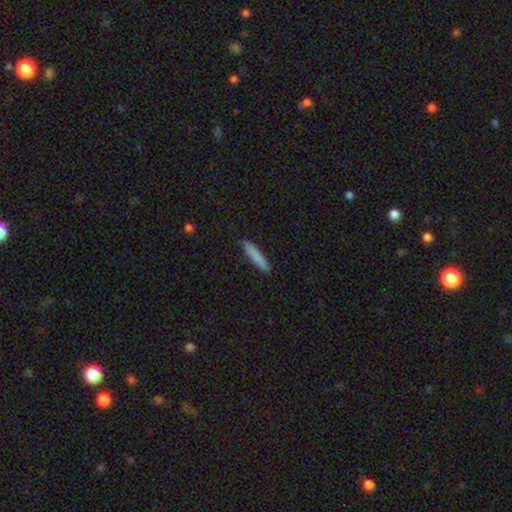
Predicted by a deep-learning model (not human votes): smooth-or-featured: smooth: 85% | featured or disk: 9% | star or artifact: 6%
  how-rounded: cigar-shaped: 90% | in between: 9% | round: 1%
  merging: none: 90% | minor disturbance: 8% | major disturbance: 2% | merger: 1%